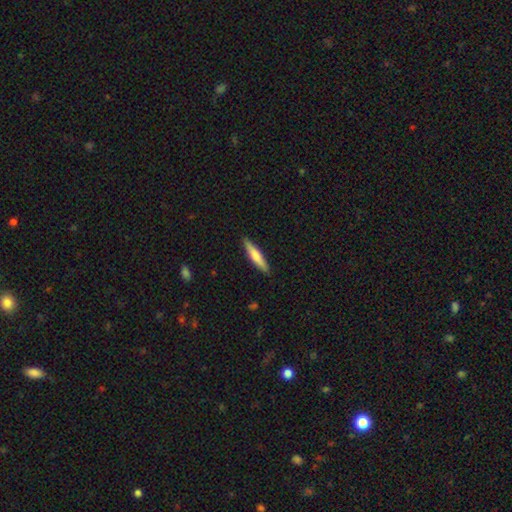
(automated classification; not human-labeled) smooth-or-featured: smooth: 65% | featured or disk: 29% | star or artifact: 5%
  how-rounded: cigar-shaped: 87% | in between: 11% | round: 1%
  merging: none: 90% | minor disturbance: 7% | major disturbance: 2% | merger: 1%